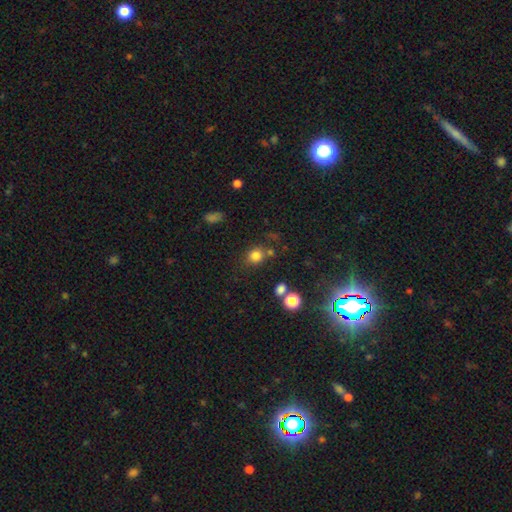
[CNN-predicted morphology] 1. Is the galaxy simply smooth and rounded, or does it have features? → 80% smooth, 14% star or artifact, 6% featured or disk.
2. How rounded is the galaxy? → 78% round, 21% in between, 1% cigar-shaped.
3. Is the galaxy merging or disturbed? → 71% none, 13% minor disturbance, 10% merger, 5% major disturbance.